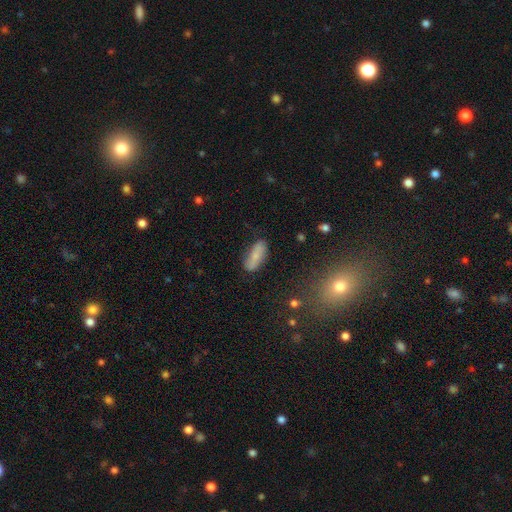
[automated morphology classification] type=smooth (68%); roundness=in between (74%); merging=none (76%).